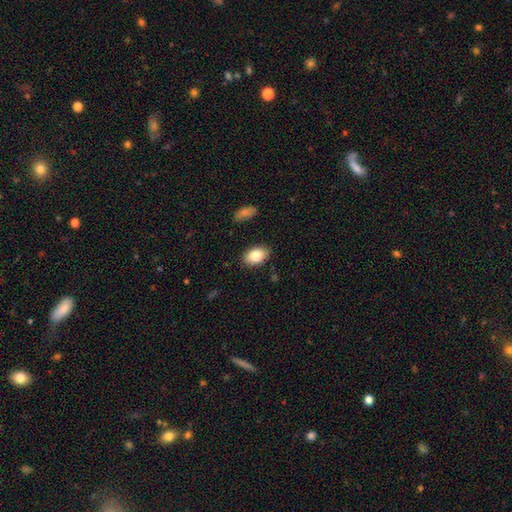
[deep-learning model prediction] smooth_or_featured: smooth (p=0.83) [alt: featured or disk p=0.10]
how_rounded: in between (p=0.89) [alt: round p=0.10]
merging: none (p=0.86) [alt: minor disturbance p=0.10]